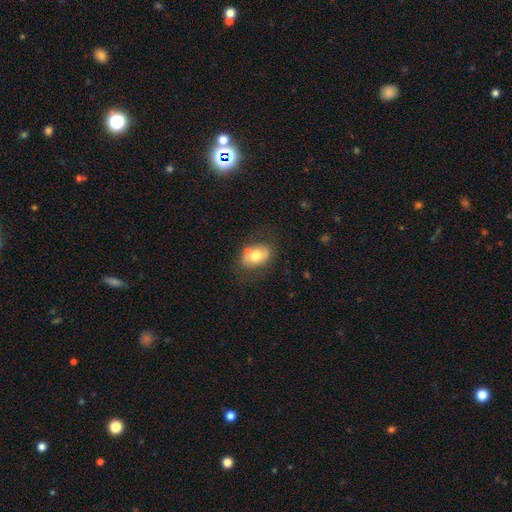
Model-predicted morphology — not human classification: Smooth or featured?
  - smooth: 64% *
  - featured or disk: 29%
  - star or artifact: 8%
How rounded?
  - in between: 80% *
  - round: 19%
  - cigar-shaped: 1%
Merging?
  - none: 66% *
  - minor disturbance: 19%
  - merger: 9%
  - major disturbance: 7%